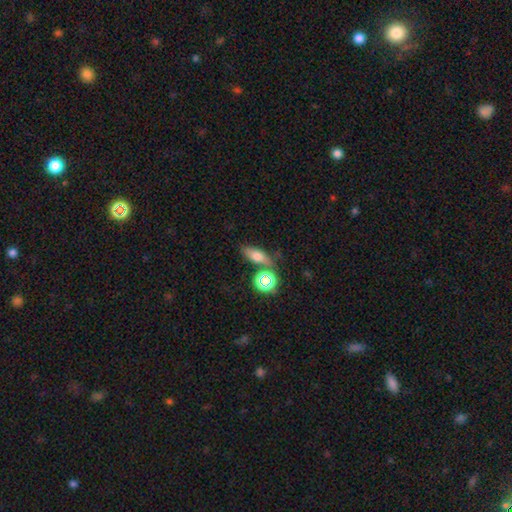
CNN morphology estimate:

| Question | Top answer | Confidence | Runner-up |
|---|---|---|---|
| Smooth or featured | smooth | 61% | featured or disk (22%) |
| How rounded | in between | 60% | cigar-shaped (26%) |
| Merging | none | 68% | merger (14%) |